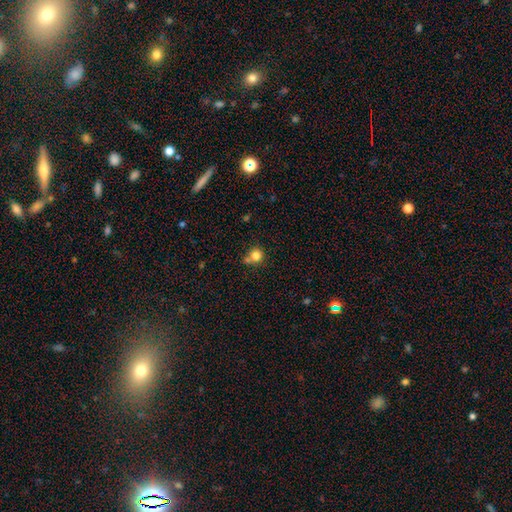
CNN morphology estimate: type=smooth (81%); roundness=round (90%); merging=none (56%).